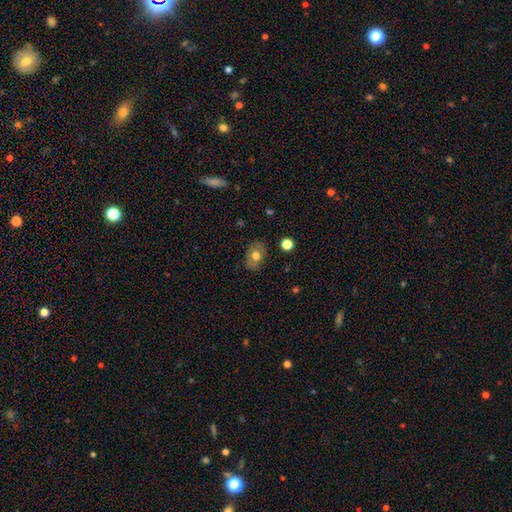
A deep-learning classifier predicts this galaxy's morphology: Q: Smooth or featured?
A: smooth (65%); runner-up: featured or disk (26%)
Q: How rounded?
A: in between (69%); runner-up: round (29%)
Q: Merging?
A: none (82%); runner-up: minor disturbance (13%)